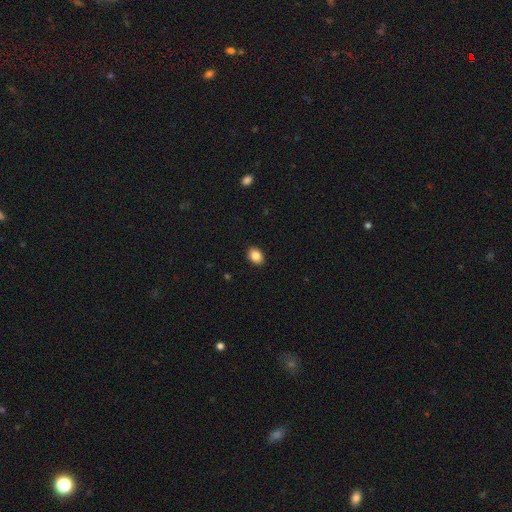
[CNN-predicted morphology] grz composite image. It shows a smooth galaxy with no disk features (86%) that is in between round and cigar-shaped (67%). Merging: none (91%).